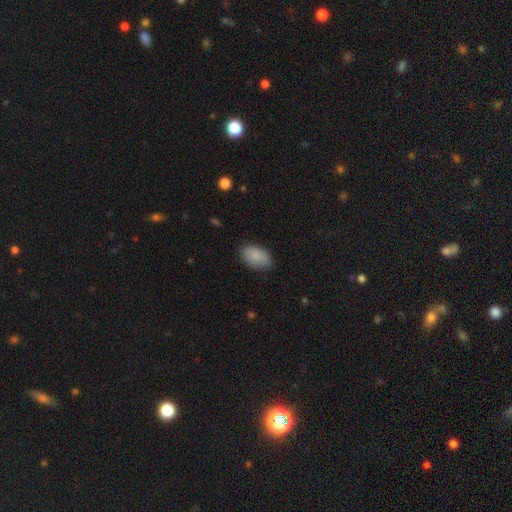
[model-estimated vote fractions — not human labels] A smooth galaxy with no disk features (88%) that is in between round and cigar-shaped (92%).

Vote fractions:
- Smooth or featured? smooth: 88% / star or artifact: 6% / featured or disk: 6%
- How rounded? in between: 92% / round: 7% / cigar-shaped: 1%
- Merging? none: 81% / minor disturbance: 15% / major disturbance: 3% / merger: 1%